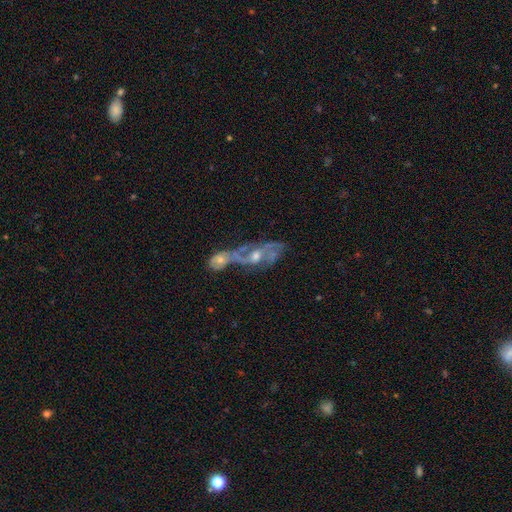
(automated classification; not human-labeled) Smooth or featured: featured or disk — 48% (smooth — 33%)
Merging: merger — 45% (none — 34%)